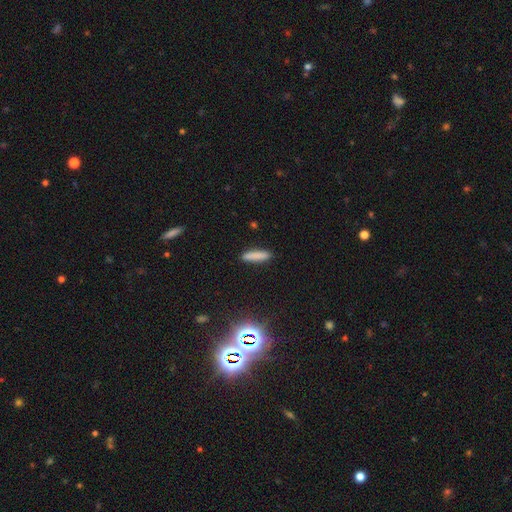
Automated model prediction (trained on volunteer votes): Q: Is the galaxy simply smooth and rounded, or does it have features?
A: smooth — 83%.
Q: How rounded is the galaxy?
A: cigar-shaped — 82%.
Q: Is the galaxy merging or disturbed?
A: none — 88%.